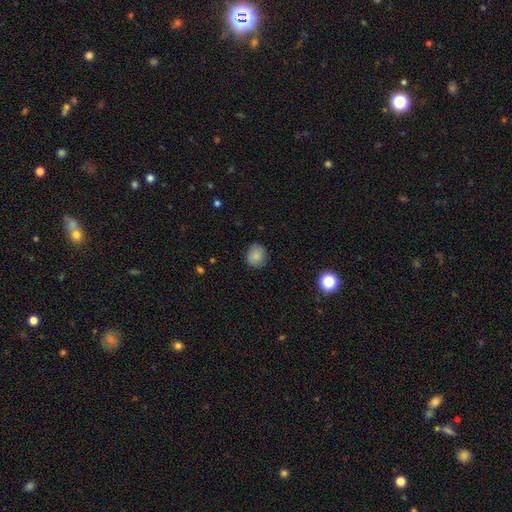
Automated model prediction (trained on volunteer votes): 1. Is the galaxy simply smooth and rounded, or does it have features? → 85% smooth, 9% star or artifact, 6% featured or disk.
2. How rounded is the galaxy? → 77% round, 22% in between, 1% cigar-shaped.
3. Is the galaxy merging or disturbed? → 83% none, 13% minor disturbance, 3% major disturbance, 1% merger.